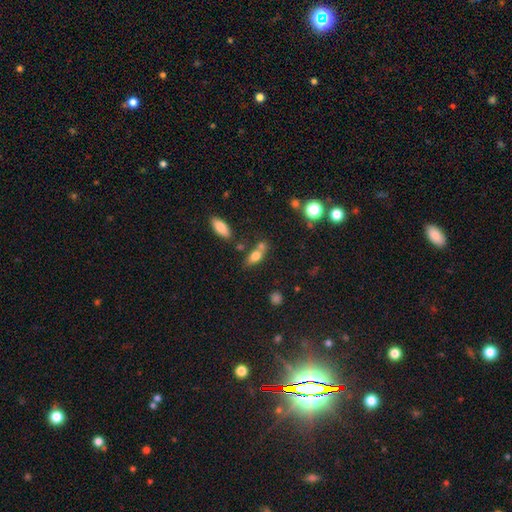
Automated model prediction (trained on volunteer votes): Smooth or featured?
  - smooth: 72% *
  - featured or disk: 18%
  - star or artifact: 10%
How rounded?
  - in between: 73% *
  - cigar-shaped: 18%
  - round: 9%
Merging?
  - none: 44% *
  - merger: 37%
  - minor disturbance: 14%
  - major disturbance: 5%